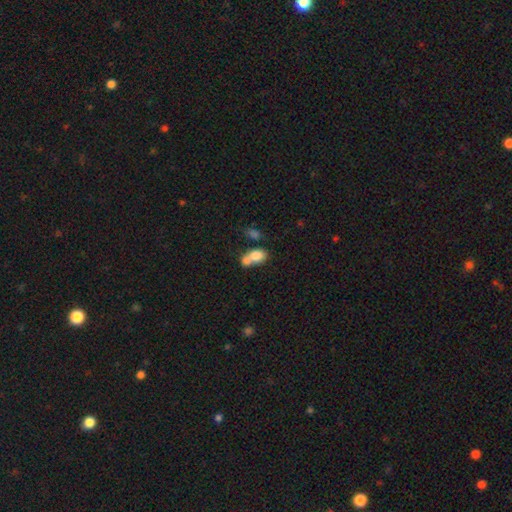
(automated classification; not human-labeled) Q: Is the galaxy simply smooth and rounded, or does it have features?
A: smooth — 76%.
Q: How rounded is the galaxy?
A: in between — 73%.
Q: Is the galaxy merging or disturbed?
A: merger — 68%.